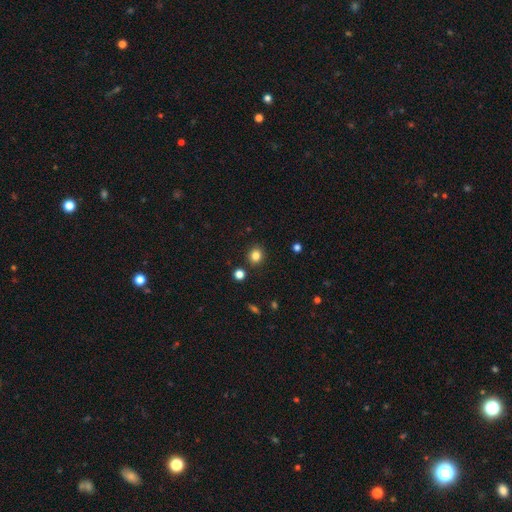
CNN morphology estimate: type=smooth (83%); roundness=round (74%); merging=none (87%).